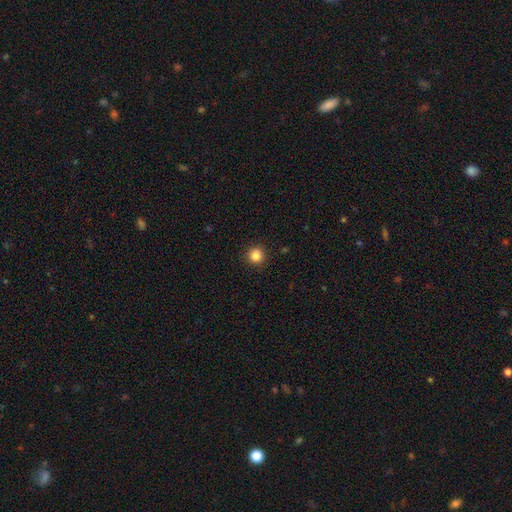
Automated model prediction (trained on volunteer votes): A smooth galaxy with no disk features (86%) that is round (93%). Merging: none (91%).